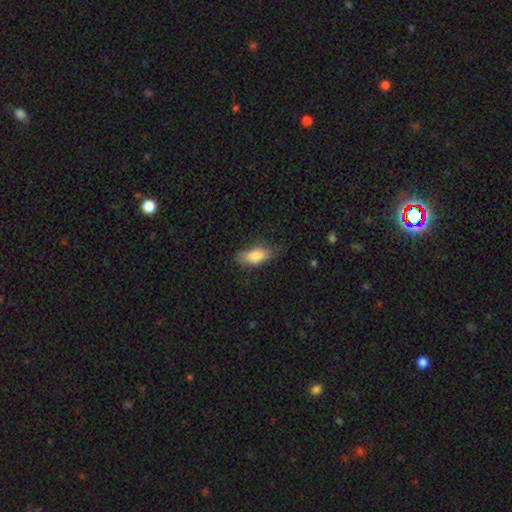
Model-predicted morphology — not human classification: The model was most divided on "merging": none: 68%, minor disturbance: 24%, major disturbance: 7%, merger: 1%. More confident: smooth or featured — smooth (83%); how rounded — in between (82%).